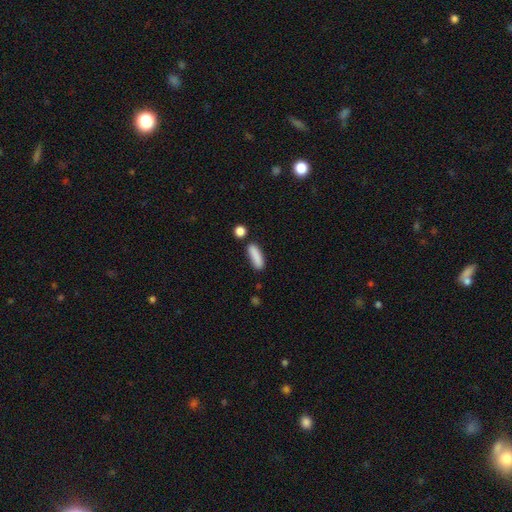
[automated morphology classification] Smooth or featured? Predicted: smooth (p=0.87). How rounded? Predicted: cigar-shaped (p=0.57). Merging? Predicted: none (p=0.76).